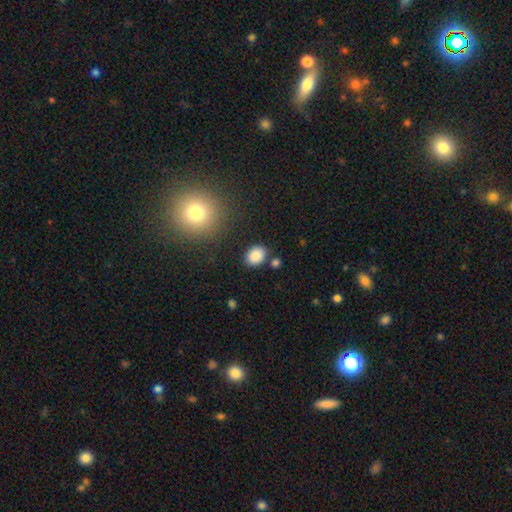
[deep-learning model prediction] The model was most divided on "how rounded": in between: 62%, round: 37%, cigar-shaped: 1%. More confident: smooth or featured — smooth (87%); merging — none (80%).